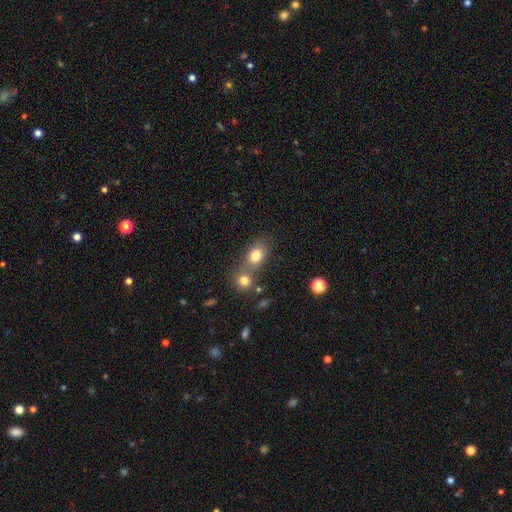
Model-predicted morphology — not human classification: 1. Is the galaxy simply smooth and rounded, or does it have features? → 79% smooth, 11% star or artifact, 10% featured or disk.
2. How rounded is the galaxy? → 63% in between, 35% round, 2% cigar-shaped.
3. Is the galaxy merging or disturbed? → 47% none, 38% merger, 10% minor disturbance, 4% major disturbance.